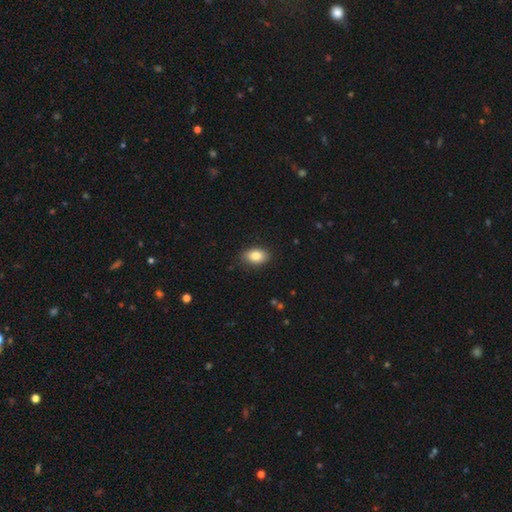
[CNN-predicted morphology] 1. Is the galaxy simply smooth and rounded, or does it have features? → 84% smooth, 8% featured or disk, 8% star or artifact.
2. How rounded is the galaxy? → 86% in between, 12% round, 1% cigar-shaped.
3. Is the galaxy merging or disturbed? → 87% none, 10% minor disturbance, 2% major disturbance, 1% merger.